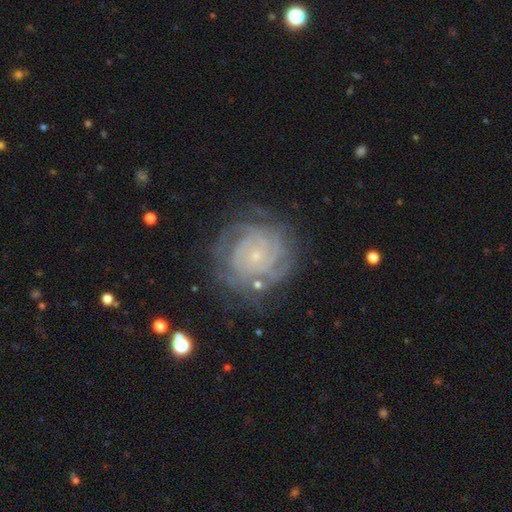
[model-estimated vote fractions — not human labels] Overall: featured or disk (83%). Edge-on disk: no (98%). Bar: no (79%). Spiral arms: yes (96%). Spiral arm count: can't tell (31%; 4 21%). Spiral winding: tight (81%). Bulge size: small (85%). Merging: none (75%).